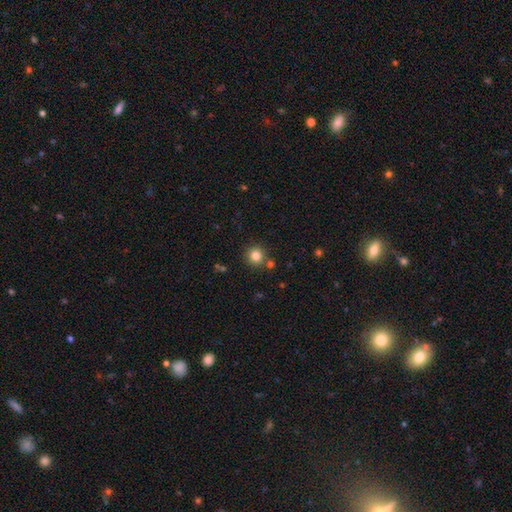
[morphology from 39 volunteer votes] A smooth galaxy with no disk features (87%) that is round (97%). Merging: none (78%).